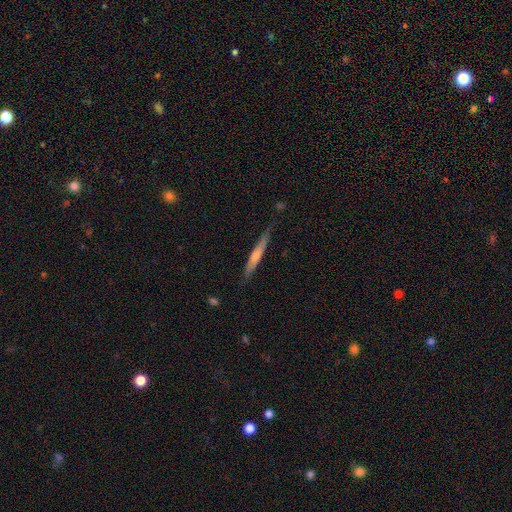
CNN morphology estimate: type=smooth (50%); merging=none (79%).